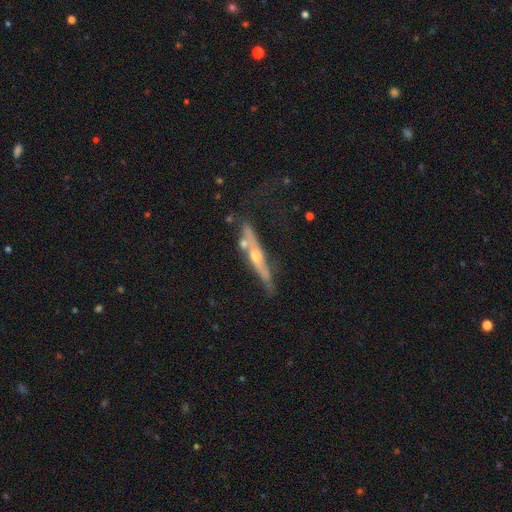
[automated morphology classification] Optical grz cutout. It shows a featured or disk galaxy (74%) viewed edge-on (87%) with a rounded central bulge (85%). Merging: none (54%).